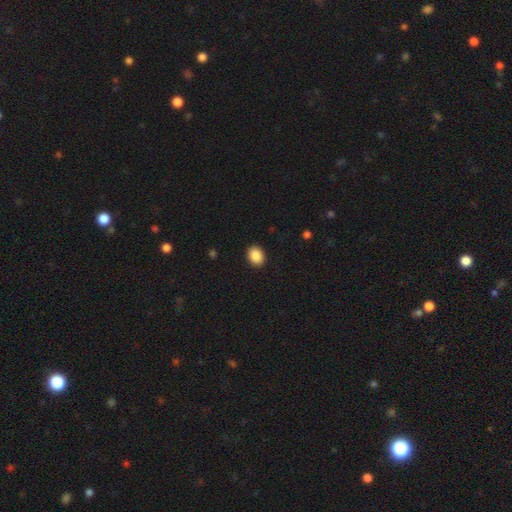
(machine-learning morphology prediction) A smooth galaxy with no disk features (90%) that is in between round and cigar-shaped (63%).

Vote fractions:
- Smooth or featured? smooth: 90% / star or artifact: 8% / featured or disk: 3%
- How rounded? in between: 63% / round: 36% / cigar-shaped: 1%
- Merging? none: 91% / minor disturbance: 6% / major disturbance: 2% / merger: 1%